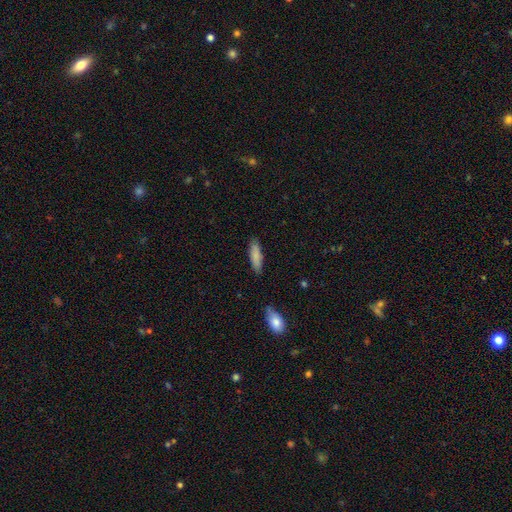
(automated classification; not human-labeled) Morphology: type=smooth (84%); roundness=cigar-shaped (59%); merging=none (86%).